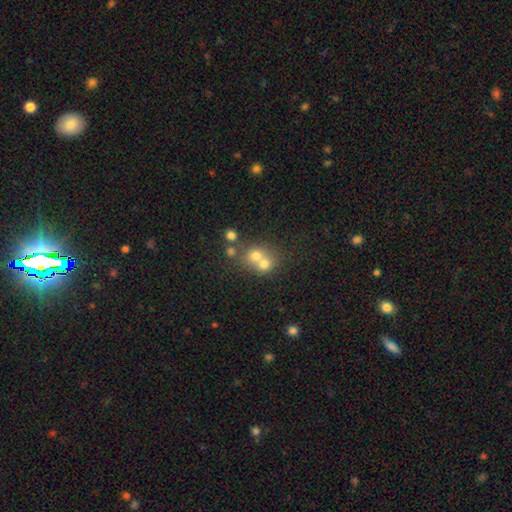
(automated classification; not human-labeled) Overall: smooth (68%). How rounded: round (77%). Merging: merger (60%; none 31%).